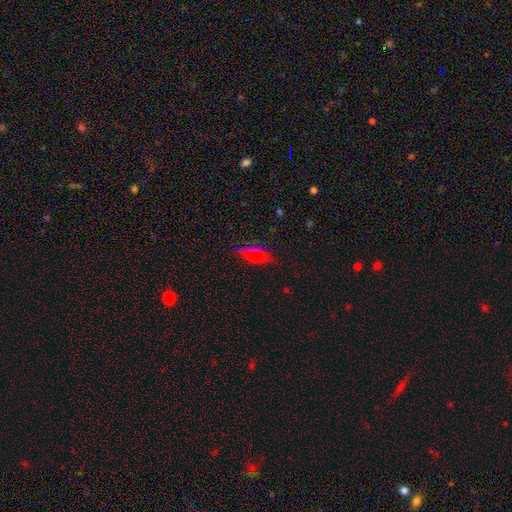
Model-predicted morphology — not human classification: Smooth or featured?
  - smooth: 60% *
  - star or artifact: 28%
  - featured or disk: 12%
How rounded?
  - in between: 80% *
  - cigar-shaped: 12%
  - round: 8%
Merging?
  - none: 76% *
  - minor disturbance: 16%
  - major disturbance: 5%
  - merger: 3%